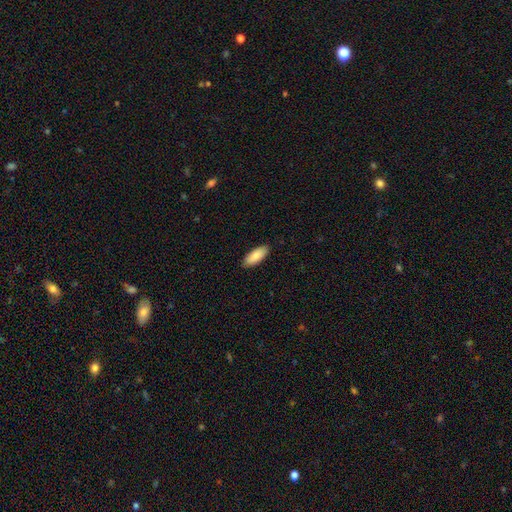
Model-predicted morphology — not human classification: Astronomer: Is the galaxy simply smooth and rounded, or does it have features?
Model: smooth — 87%.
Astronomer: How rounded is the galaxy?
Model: in between — 76%.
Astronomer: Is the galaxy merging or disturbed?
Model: none — 89%.